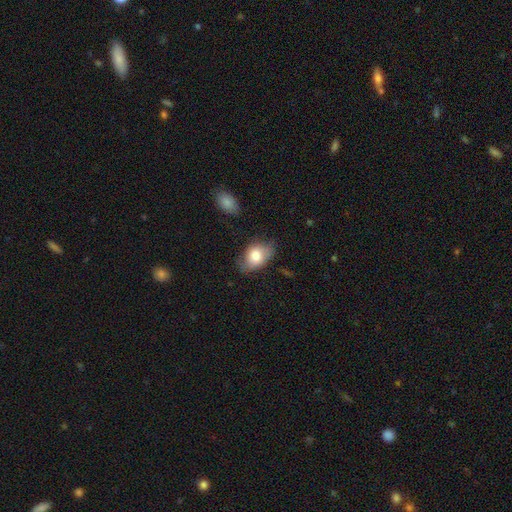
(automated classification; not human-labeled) This appears to be a smooth galaxy with no disk features (76%) that is in between round and cigar-shaped (84%). Merging: none (58%).